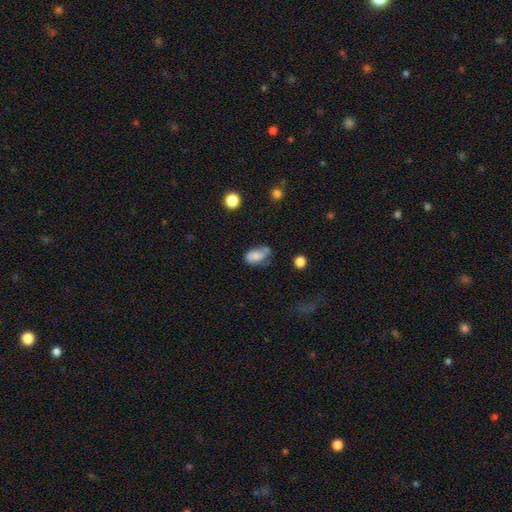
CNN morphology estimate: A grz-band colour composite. It shows a smooth galaxy with no disk features (68%) that is in between round and cigar-shaped (89%). Merging: none (38%).